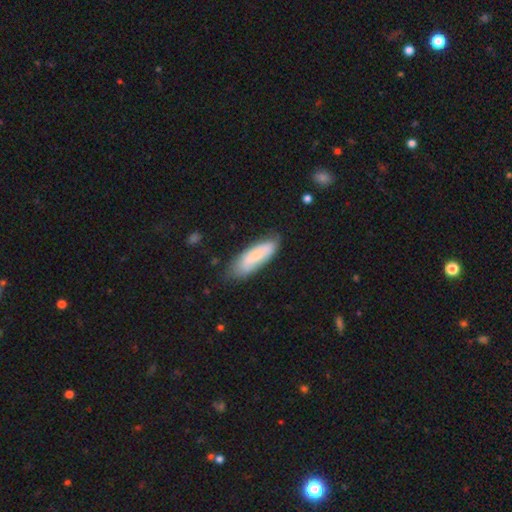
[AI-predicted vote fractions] The model was most divided on "how rounded": in between: 62%, cigar-shaped: 36%, round: 2%. More confident: merging — none (69%); smooth or featured — smooth (63%).